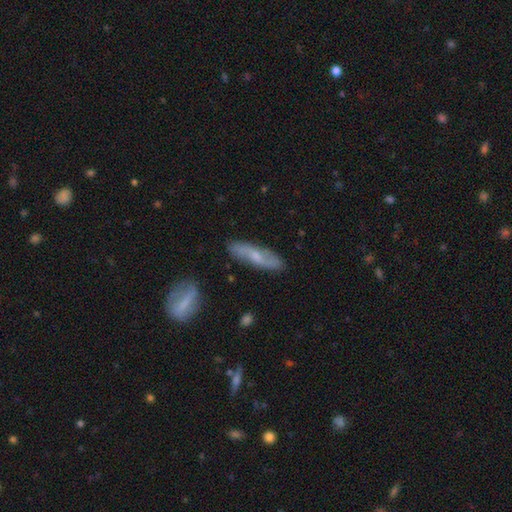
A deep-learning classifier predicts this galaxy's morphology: smooth_or_featured: featured or disk (p=0.56) [alt: smooth p=0.37]
disk_edge_on: no (p=0.73) [alt: yes p=0.27]
merging: none (p=0.83) [alt: minor disturbance p=0.12]